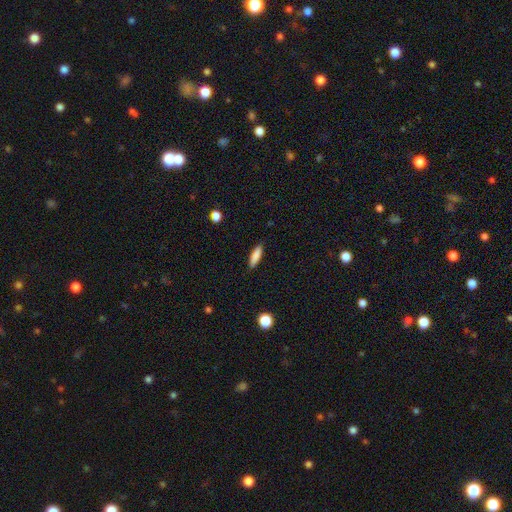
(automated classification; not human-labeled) Q: Smooth or featured?
A: smooth (85%); runner-up: featured or disk (9%)
Q: How rounded?
A: cigar-shaped (63%); runner-up: in between (35%)
Q: Merging?
A: none (89%); runner-up: minor disturbance (8%)